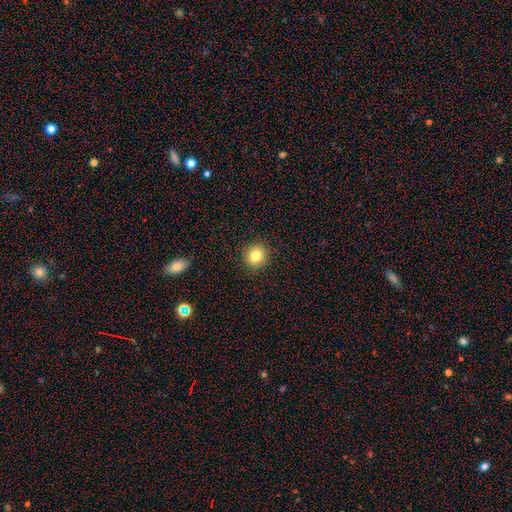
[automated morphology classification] Overall: smooth (81%). How rounded: round (92%). Merging: none (91%).